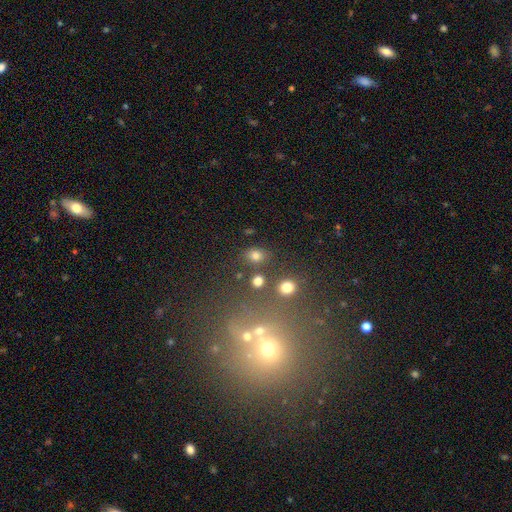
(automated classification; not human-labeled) Smooth or featured: smooth — 72% (star or artifact — 19%)
How rounded: in between — 58% (round — 41%)
Merging: none — 77% (minor disturbance — 11%)